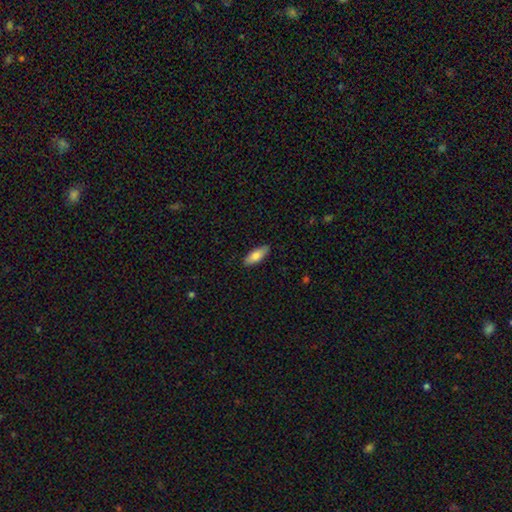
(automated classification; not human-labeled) smooth 78%, featured or disk 17%, star or artifact 6%. Down the decision tree: how rounded — in between (72%); merging — none (87%).